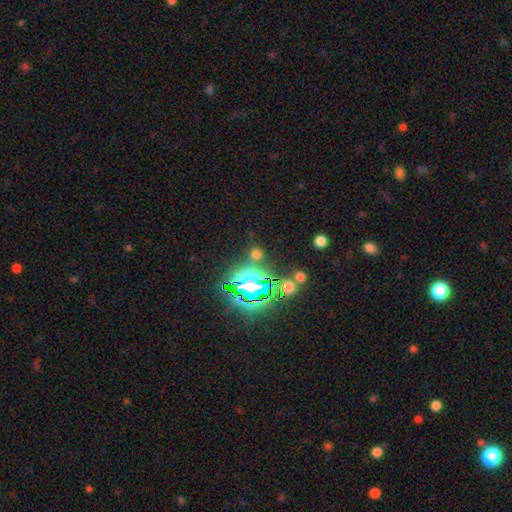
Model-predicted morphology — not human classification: A star or artifact, not a galaxy (52%).